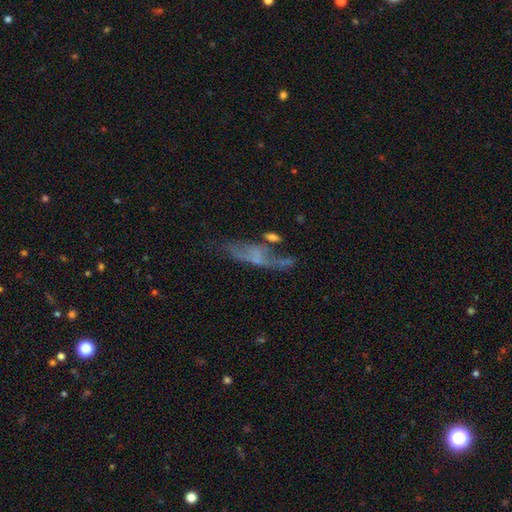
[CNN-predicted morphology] smooth_or_featured: featured or disk (p=0.52) [alt: smooth p=0.34]
disk_edge_on: no (p=0.70) [alt: yes p=0.30]
merging: none (p=0.36) [alt: major disturbance p=0.26]